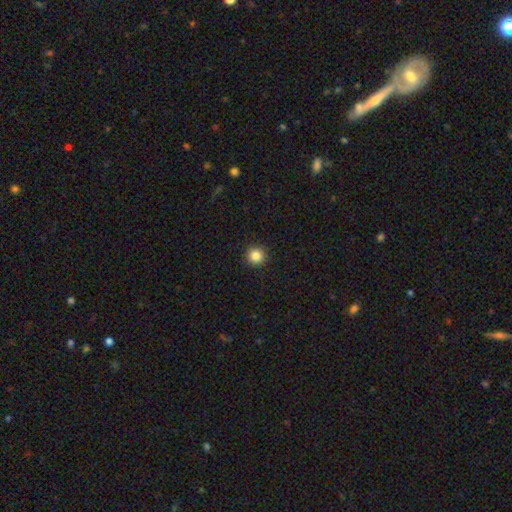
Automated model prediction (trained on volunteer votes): Smooth or featured? smooth (85%)
How rounded? round (96%)
Merging? none (93%)